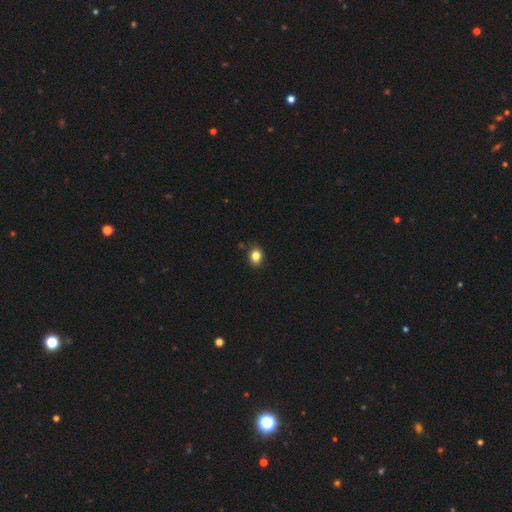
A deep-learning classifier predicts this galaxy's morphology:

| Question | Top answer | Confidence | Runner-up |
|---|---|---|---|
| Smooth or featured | smooth | 83% | star or artifact (11%) |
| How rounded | in between | 50% | round (49%) |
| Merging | none | 86% | minor disturbance (10%) |